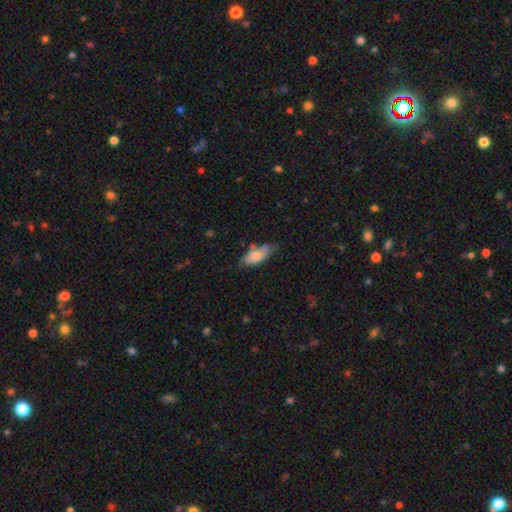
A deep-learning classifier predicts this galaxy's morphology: Smooth or featured: smooth — 62% (featured or disk — 31%)
How rounded: in between — 81% (cigar-shaped — 17%)
Merging: none — 50% (minor disturbance — 33%)